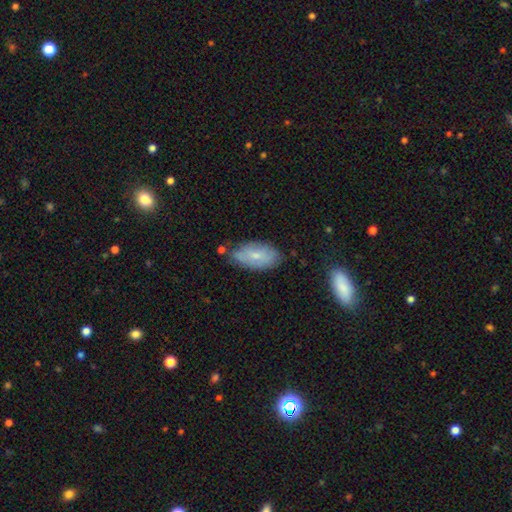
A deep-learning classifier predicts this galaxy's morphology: type=smooth (69%); roundness=in between (92%); merging=none (64%).